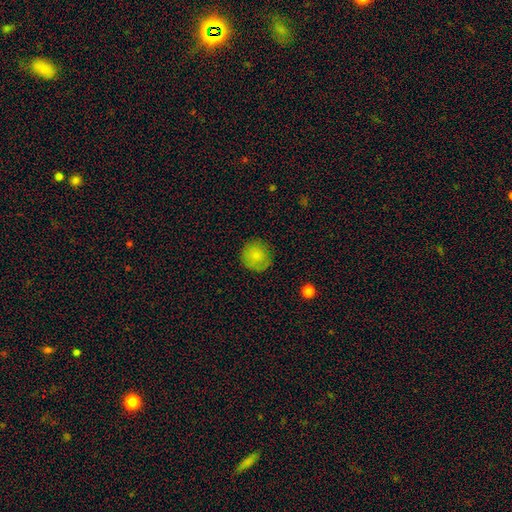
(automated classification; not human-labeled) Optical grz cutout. It shows a smooth galaxy with no disk features (81%) that is round (91%). Merging: none (82%).